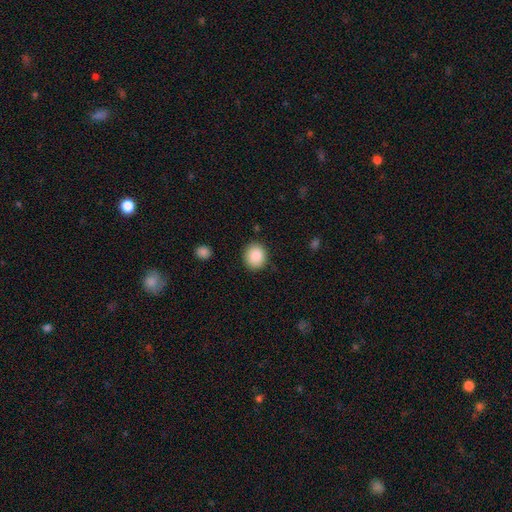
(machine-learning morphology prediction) type=smooth (89%); roundness=round (75%); merging=none (88%).